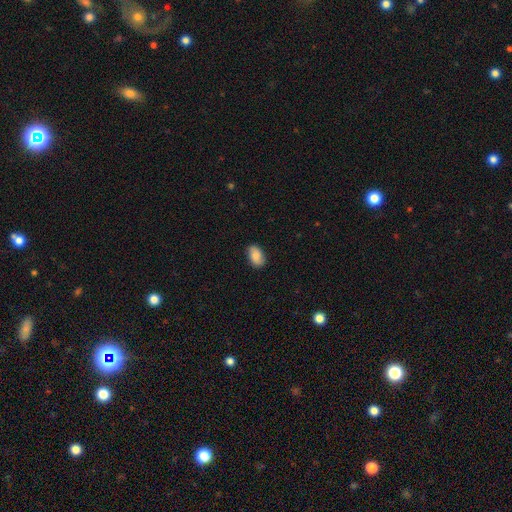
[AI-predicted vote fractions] Smooth or featured: smooth — 78% (featured or disk — 14%)
How rounded: in between — 90% (round — 9%)
Merging: none — 83% (minor disturbance — 13%)